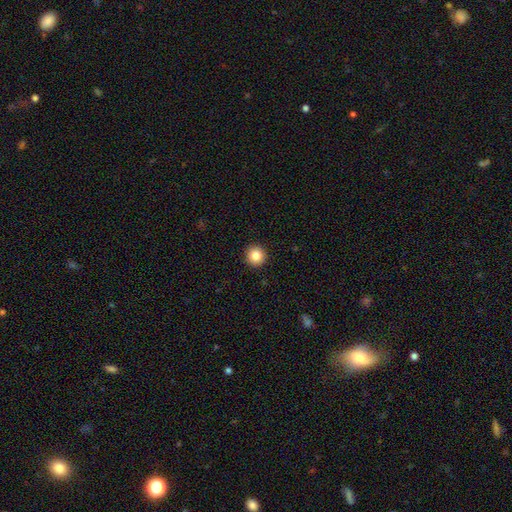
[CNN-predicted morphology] This is clearly a smooth galaxy (84%). How rounded: clearly round (95%). Merging: clearly none (93%).